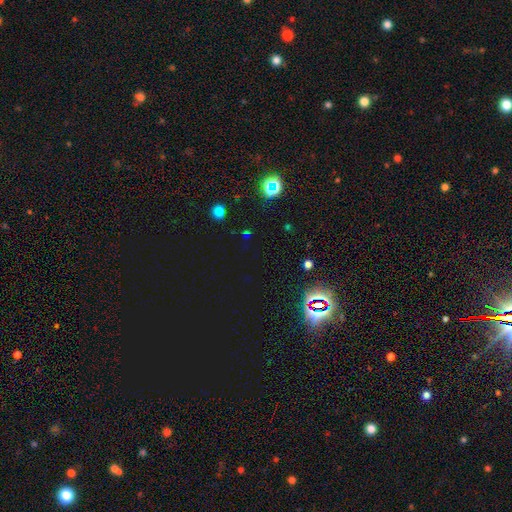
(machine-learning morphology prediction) This appears to be a star or artifact, not a galaxy (73%).